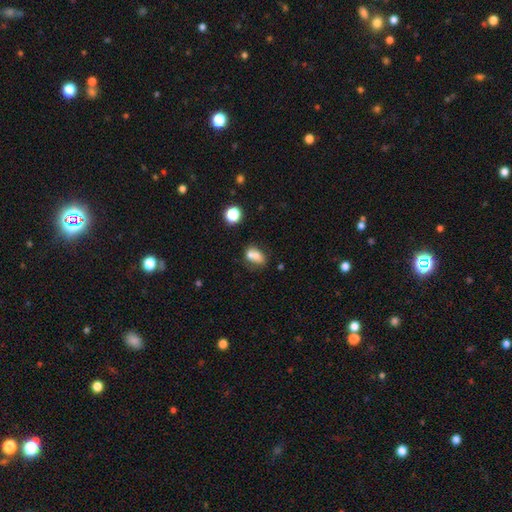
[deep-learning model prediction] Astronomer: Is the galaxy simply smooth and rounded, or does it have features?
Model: smooth — 69%.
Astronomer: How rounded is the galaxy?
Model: in between — 64%.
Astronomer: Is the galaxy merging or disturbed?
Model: merger — 52% (runner-up: none, 32%).